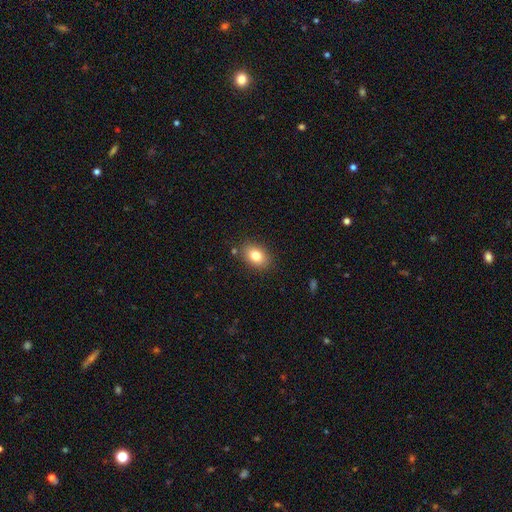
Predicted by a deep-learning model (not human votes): Overall: smooth (81%). How rounded: in between (79%). Merging: none (85%).